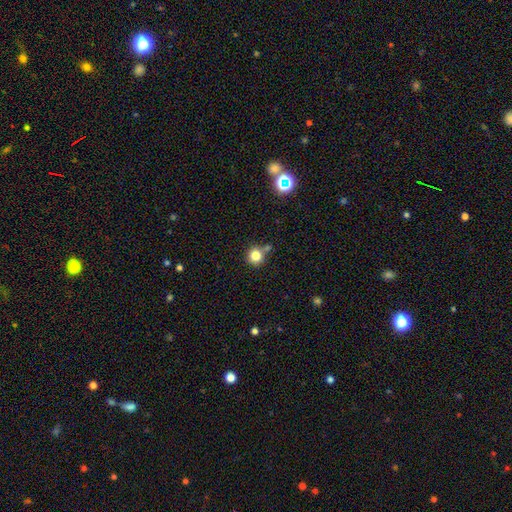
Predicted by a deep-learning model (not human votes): Smooth or featured? smooth (81%)
How rounded? round (93%)
Merging? none (73%)